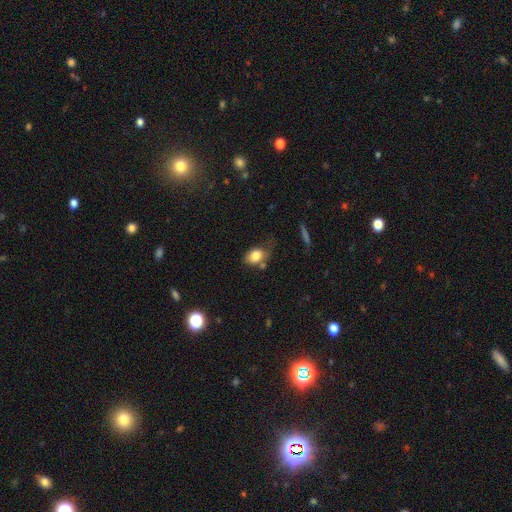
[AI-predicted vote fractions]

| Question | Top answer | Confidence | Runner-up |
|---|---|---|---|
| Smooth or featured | smooth | 81% | featured or disk (10%) |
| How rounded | in between | 73% | round (25%) |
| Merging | none | 49% | minor disturbance (29%) |